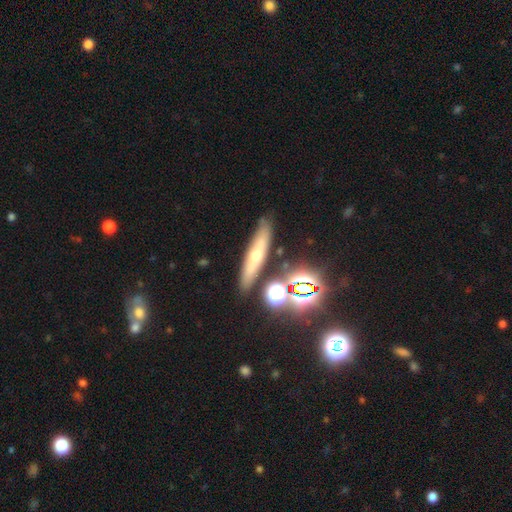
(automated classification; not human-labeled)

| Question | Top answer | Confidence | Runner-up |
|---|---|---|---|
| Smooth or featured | featured or disk | 42% | smooth (36%) |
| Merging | none | 83% | minor disturbance (9%) |